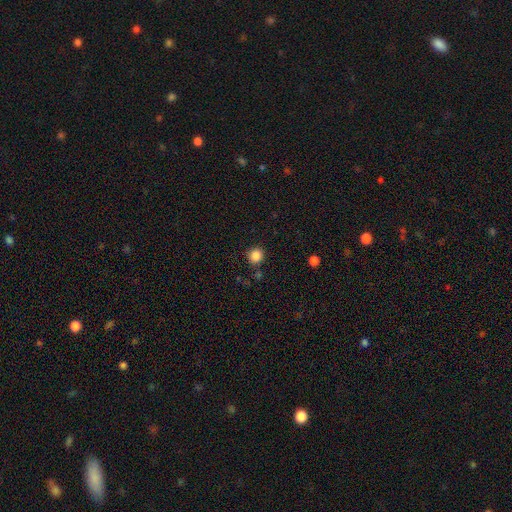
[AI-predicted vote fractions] smooth 86%, star or artifact 11%, featured or disk 3%. Down the decision tree: how rounded — round (89%); merging — none (85%).